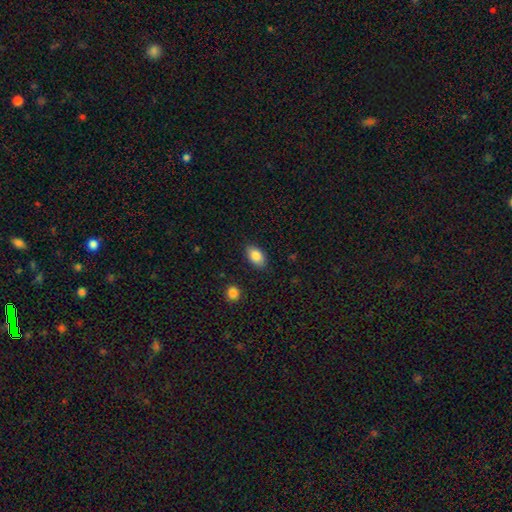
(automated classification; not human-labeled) smooth-or-featured: smooth: 86% | star or artifact: 7% | featured or disk: 7%
  how-rounded: in between: 91% | round: 8% | cigar-shaped: 2%
  merging: none: 85% | minor disturbance: 11% | major disturbance: 3% | merger: 1%